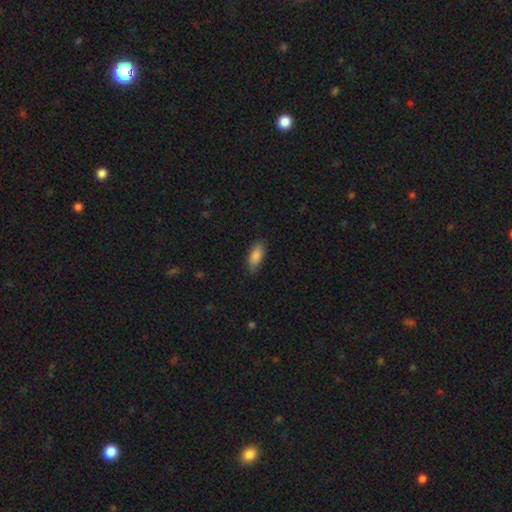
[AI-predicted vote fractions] Smooth or featured: smooth — 86% (featured or disk — 7%)
How rounded: in between — 83% (cigar-shaped — 14%)
Merging: none — 81% (minor disturbance — 15%)